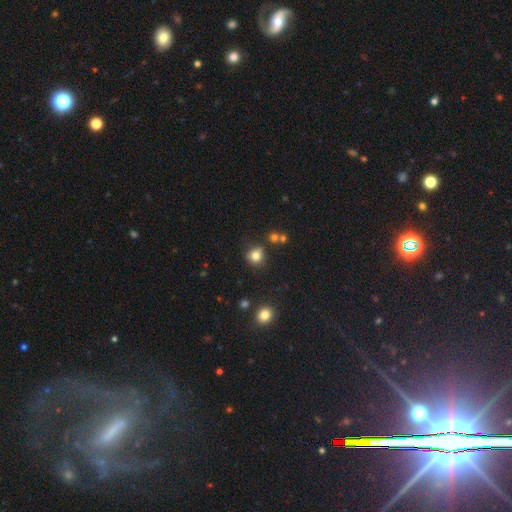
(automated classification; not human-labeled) smooth_or_featured: smooth (p=0.79) [alt: star or artifact p=0.14]
how_rounded: round (p=0.80) [alt: in between p=0.19]
merging: none (p=0.71) [alt: minor disturbance p=0.17]